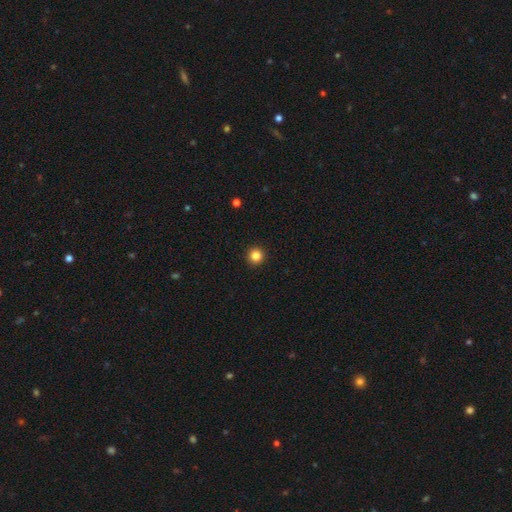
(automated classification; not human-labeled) Overall: smooth (85%). How rounded: round (95%). Merging: none (94%).